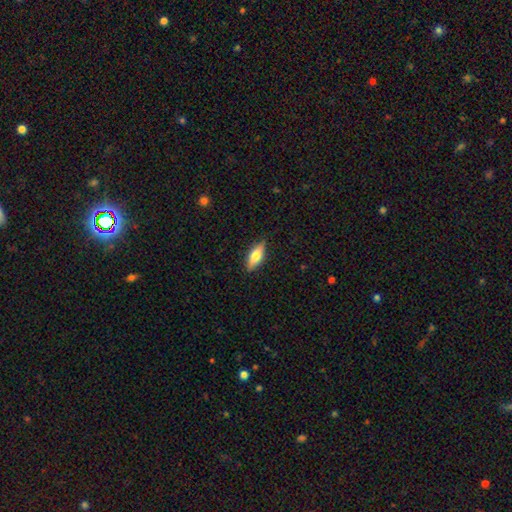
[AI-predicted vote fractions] A smooth galaxy with no disk features (60%) that is in between round and cigar-shaped (66%).

Vote fractions:
- Smooth or featured? smooth: 60% / featured or disk: 33% / star or artifact: 7%
- How rounded? in between: 66% / cigar-shaped: 31% / round: 3%
- Merging? none: 85% / minor disturbance: 11% / major disturbance: 2% / merger: 1%